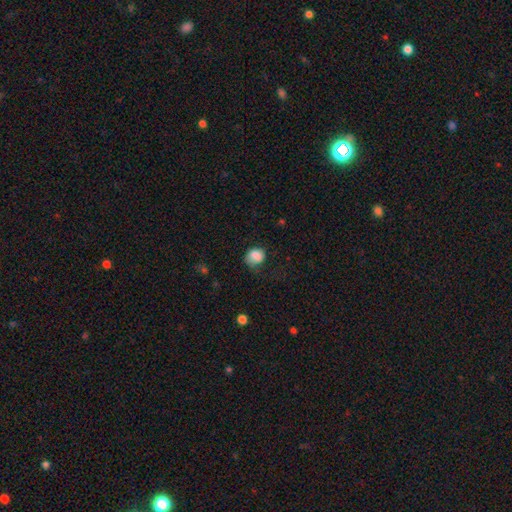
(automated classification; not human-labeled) Smooth or featured?
  - smooth: 83% *
  - featured or disk: 9%
  - star or artifact: 9%
How rounded?
  - round: 58% *
  - in between: 41%
  - cigar-shaped: 1%
Merging?
  - none: 45% *
  - minor disturbance: 32%
  - major disturbance: 21%
  - merger: 3%